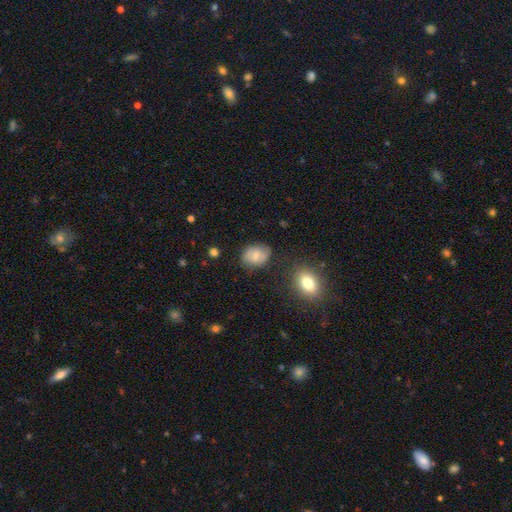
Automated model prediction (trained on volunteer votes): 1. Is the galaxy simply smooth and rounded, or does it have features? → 69% smooth, 22% featured or disk, 9% star or artifact.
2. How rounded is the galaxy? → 65% in between, 34% round, 1% cigar-shaped.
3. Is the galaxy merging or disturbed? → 73% none, 19% minor disturbance, 5% major disturbance, 3% merger.